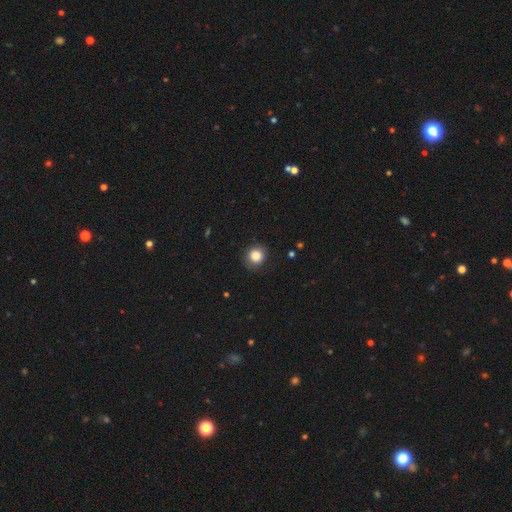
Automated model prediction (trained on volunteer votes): smooth 84%, star or artifact 11%, featured or disk 5%. Down the decision tree: how rounded — round (90%); merging — none (85%).